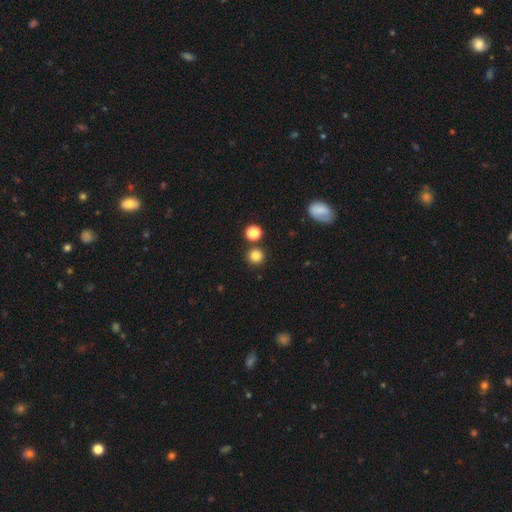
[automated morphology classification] This appears to be a smooth galaxy with no disk features (82%) that is round (94%). Merging: none (83%).